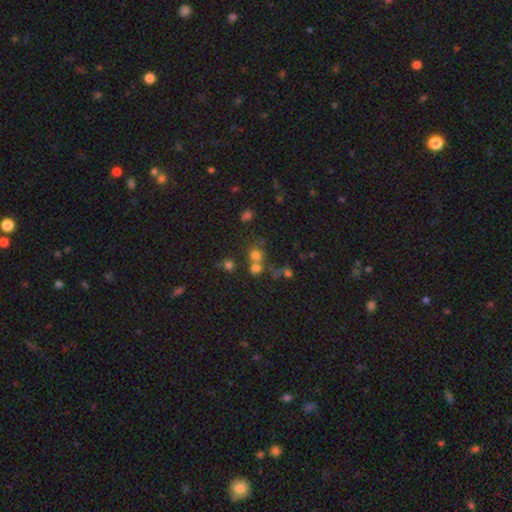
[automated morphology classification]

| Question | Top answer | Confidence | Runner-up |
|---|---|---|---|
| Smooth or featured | smooth | 67% | star or artifact (23%) |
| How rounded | round | 85% | in between (14%) |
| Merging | none | 54% | merger (34%) |